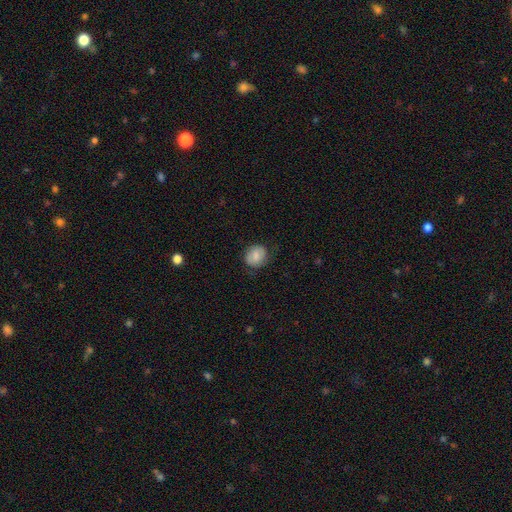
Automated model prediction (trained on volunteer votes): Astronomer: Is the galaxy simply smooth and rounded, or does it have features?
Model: smooth — 78%.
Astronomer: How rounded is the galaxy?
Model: round — 71%.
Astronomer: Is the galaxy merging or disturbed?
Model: none — 78%.